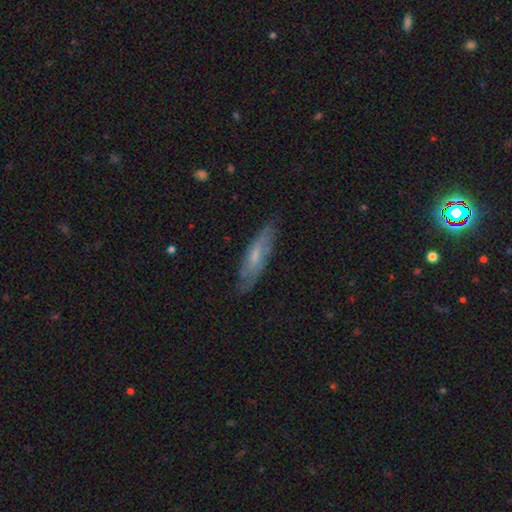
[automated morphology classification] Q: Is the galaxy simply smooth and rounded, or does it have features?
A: featured or disk — 51%.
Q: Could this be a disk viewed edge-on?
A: no — 61%.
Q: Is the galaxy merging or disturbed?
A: none — 75%.